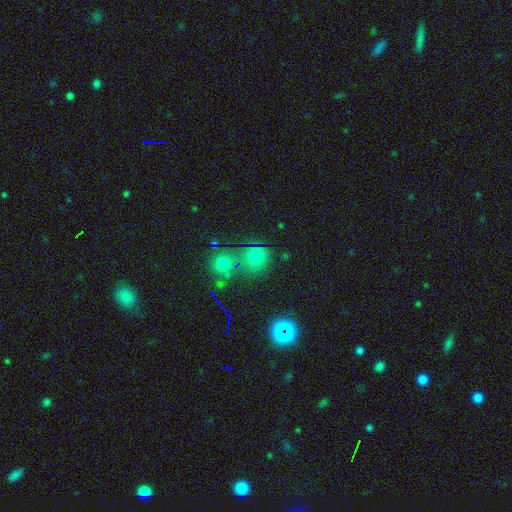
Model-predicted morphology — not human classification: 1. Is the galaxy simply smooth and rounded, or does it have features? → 66% smooth, 24% star or artifact, 10% featured or disk.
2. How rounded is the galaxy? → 78% round, 20% in between, 1% cigar-shaped.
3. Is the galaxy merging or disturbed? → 50% none, 33% merger, 11% minor disturbance, 6% major disturbance.